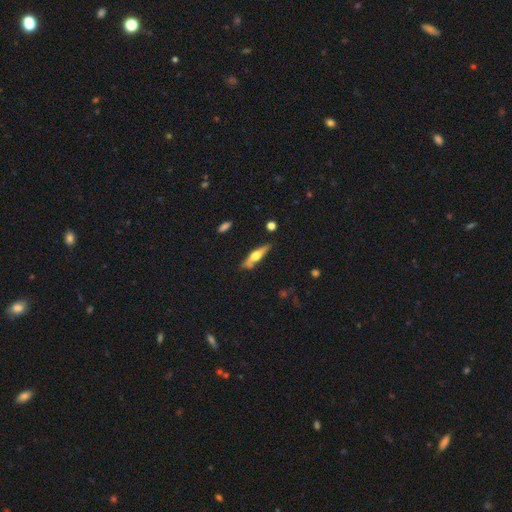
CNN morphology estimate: A featured or disk galaxy (56%) viewed edge-on (92%) with a rounded central bulge (91%).

Vote fractions:
- Smooth or featured? featured or disk: 56% / smooth: 38% / star or artifact: 6%
- Edge-on disk? yes: 92% / no: 8%
- Edge-on bulge? rounded: 91% / boxy: 6% / none: 3%
- Merging? none: 73% / minor disturbance: 18% / merger: 5% / major disturbance: 5%